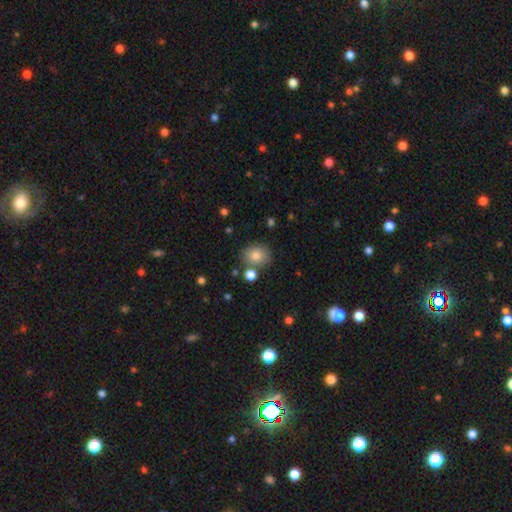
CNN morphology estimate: A smooth galaxy with no disk features (79%) that is round (60%). Merging: none (74%).